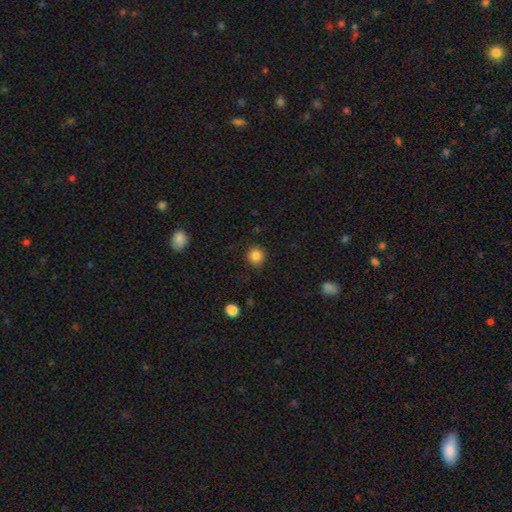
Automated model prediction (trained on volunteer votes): Morphology: type=smooth (85%); roundness=round (92%); merging=none (88%).